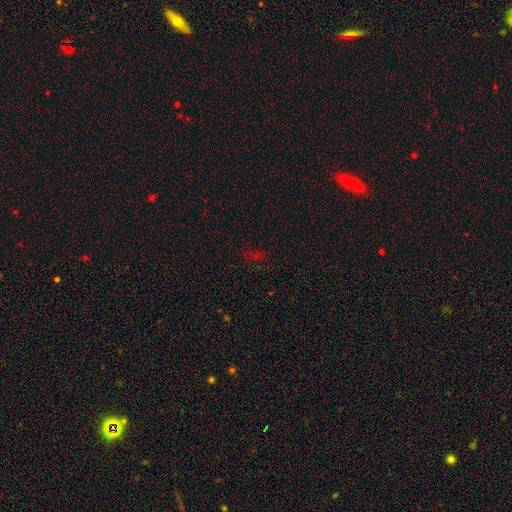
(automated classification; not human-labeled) Overall: star or artifact (57%; smooth 35%).